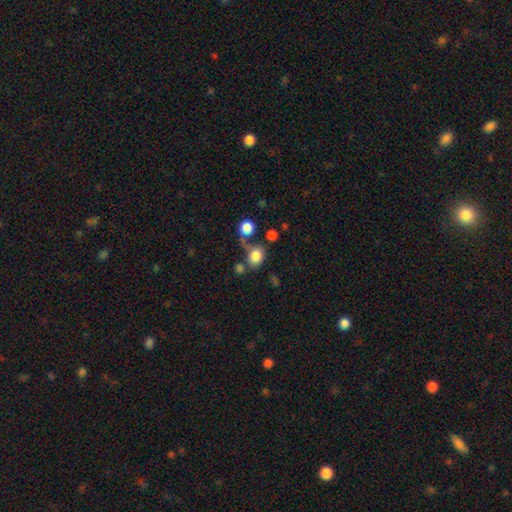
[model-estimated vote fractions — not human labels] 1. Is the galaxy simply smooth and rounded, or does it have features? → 81% smooth, 10% featured or disk, 10% star or artifact.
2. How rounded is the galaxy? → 50% round, 49% in between, 1% cigar-shaped.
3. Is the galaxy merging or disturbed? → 48% none, 23% merger, 16% minor disturbance, 13% major disturbance.